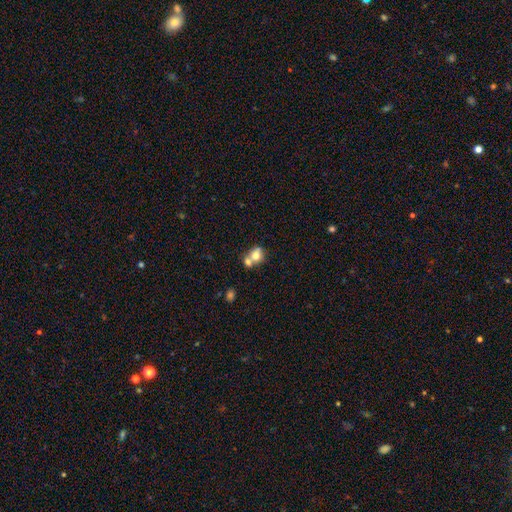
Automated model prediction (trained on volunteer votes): Smooth or featured? Predicted: smooth (p=0.70). How rounded? Predicted: round (p=0.69). Merging? Predicted: merger (p=0.57).